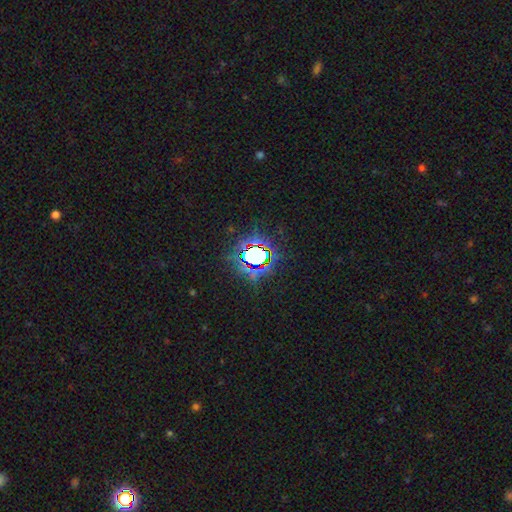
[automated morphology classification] smooth-or-featured: star or artifact: 73% | smooth: 17% | featured or disk: 10%